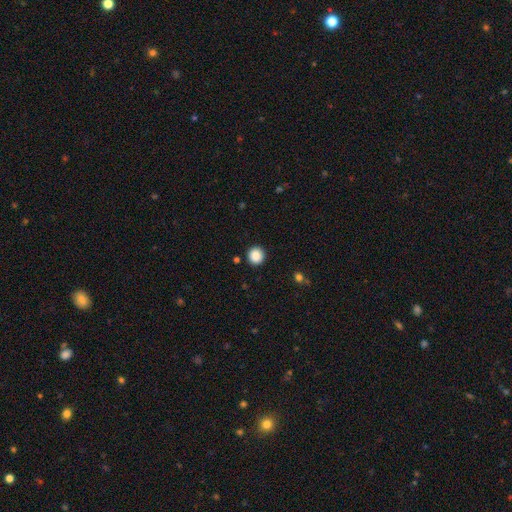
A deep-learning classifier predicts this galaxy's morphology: Smooth or featured? smooth (87%)
How rounded? round (95%)
Merging? none (92%)